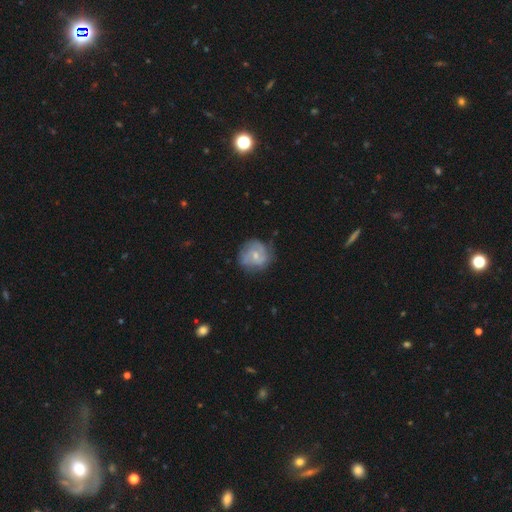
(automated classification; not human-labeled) smooth_or_featured: featured or disk (p=0.62) [alt: smooth p=0.32]
disk_edge_on: no (p=0.98) [alt: yes p=0.02]
bar: no (p=0.57) [alt: weak p=0.37]
has_spiral_arms: yes (p=0.80) [alt: no p=0.20]
bulge_size: small (p=0.54) [alt: moderate p=0.40]
merging: none (p=0.67) [alt: minor disturbance p=0.23]